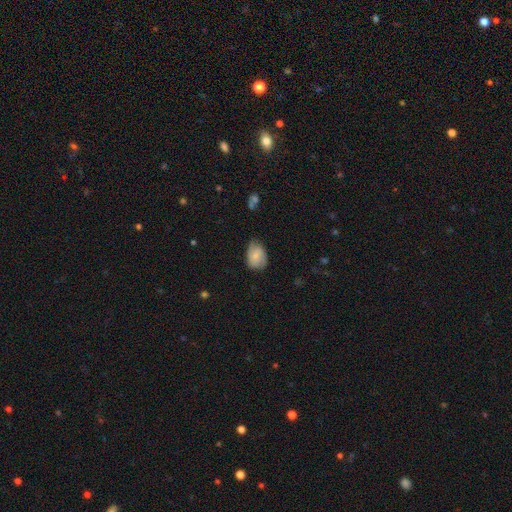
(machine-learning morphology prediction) type=smooth (66%); roundness=in between (78%); merging=none (56%).